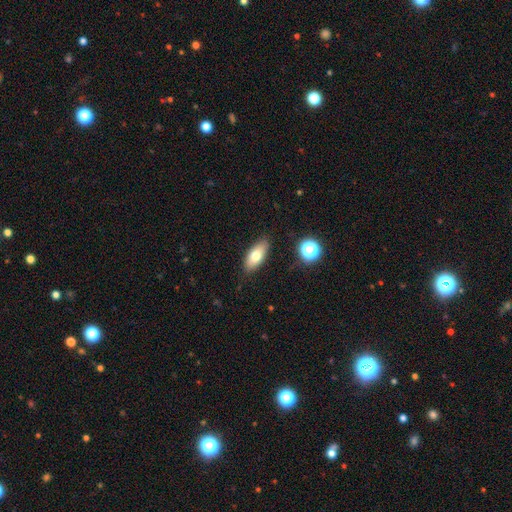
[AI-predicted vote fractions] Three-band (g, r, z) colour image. It shows a smooth galaxy with no disk features (73%) that is in between round and cigar-shaped (82%). Merging: none (86%).